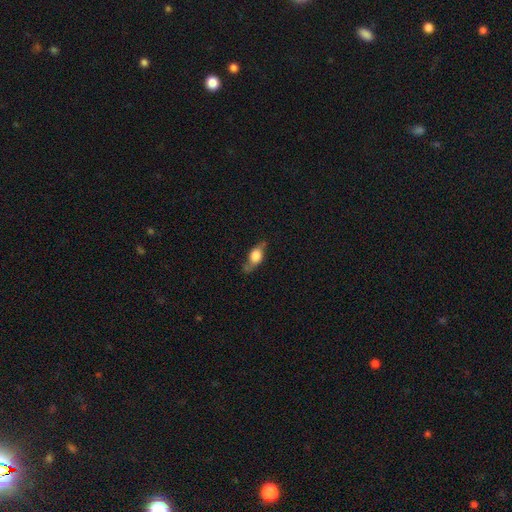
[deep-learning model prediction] Morphology: type=smooth (53%); roundness=in between (68%); merging=none (61%).